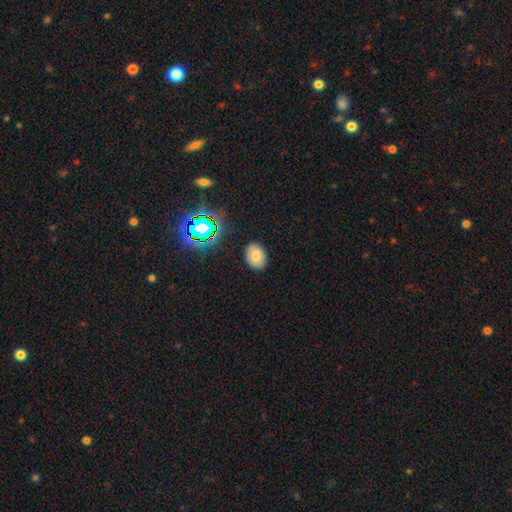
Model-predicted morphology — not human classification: This is likely a smooth galaxy (73%). How rounded: likely in between (73%). Merging: clearly none (86%).